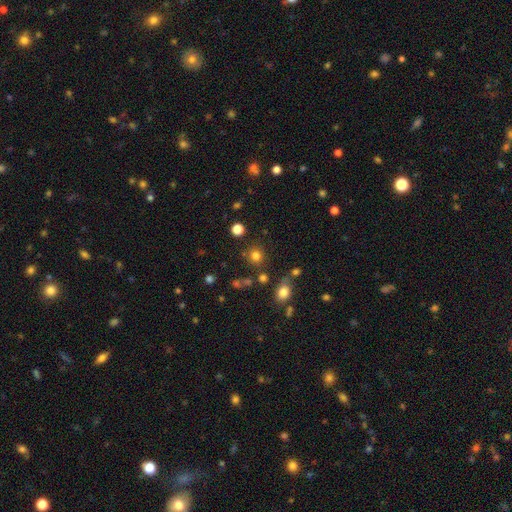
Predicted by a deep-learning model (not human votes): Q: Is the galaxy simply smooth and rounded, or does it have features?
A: smooth — 77%.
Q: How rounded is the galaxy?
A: round — 90%.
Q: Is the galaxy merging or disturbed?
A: none — 80%.